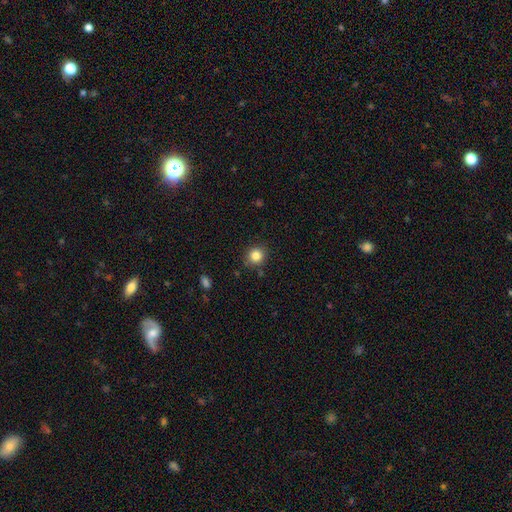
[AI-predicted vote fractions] This appears to be a smooth galaxy with no disk features (83%) that is round (90%). Merging: none (86%).